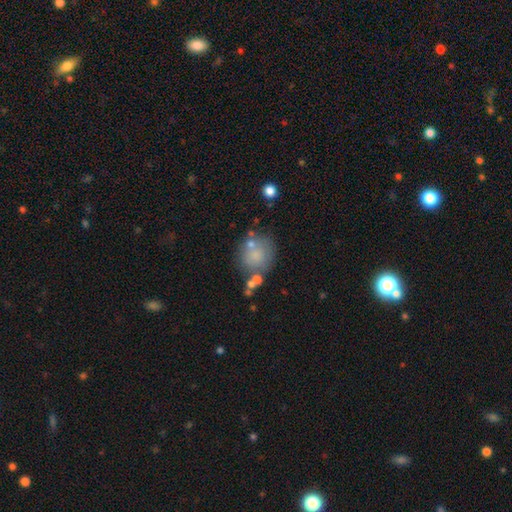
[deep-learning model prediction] smooth-or-featured: smooth: 71% | featured or disk: 18% | star or artifact: 11%
  how-rounded: round: 83% | in between: 16% | cigar-shaped: 1%
  merging: none: 61% | minor disturbance: 17% | merger: 14% | major disturbance: 8%